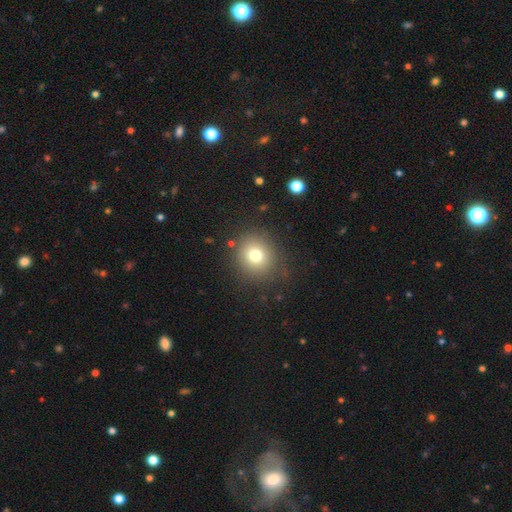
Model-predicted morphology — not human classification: Smooth or featured? Predicted: smooth (p=0.74). How rounded? Predicted: round (p=0.87). Merging? Predicted: none (p=0.86).